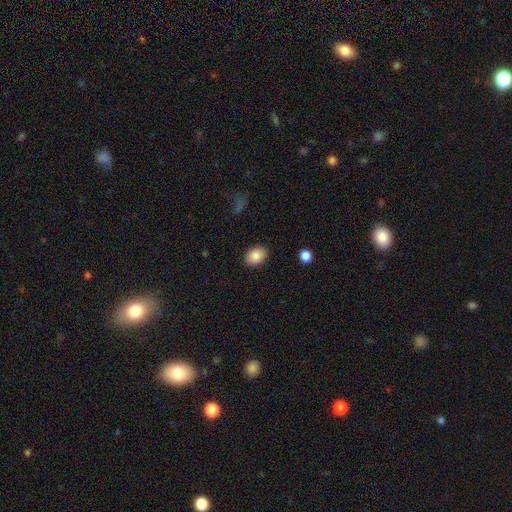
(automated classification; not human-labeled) Overall: smooth (86%). How rounded: in between (70%). Merging: none (88%).